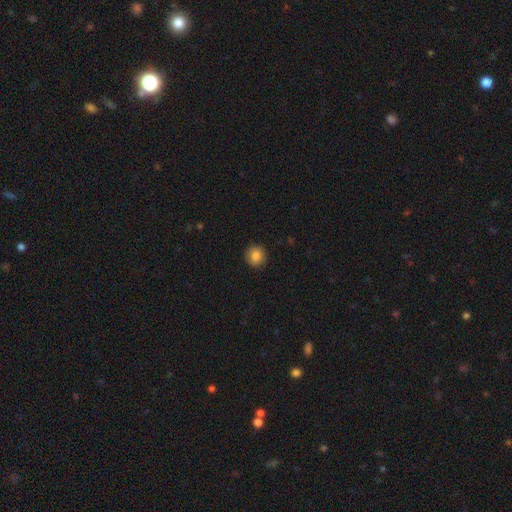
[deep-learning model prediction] Smooth or featured: smooth — 85% (star or artifact — 9%)
How rounded: round — 93% (in between — 7%)
Merging: none — 91% (minor disturbance — 6%)